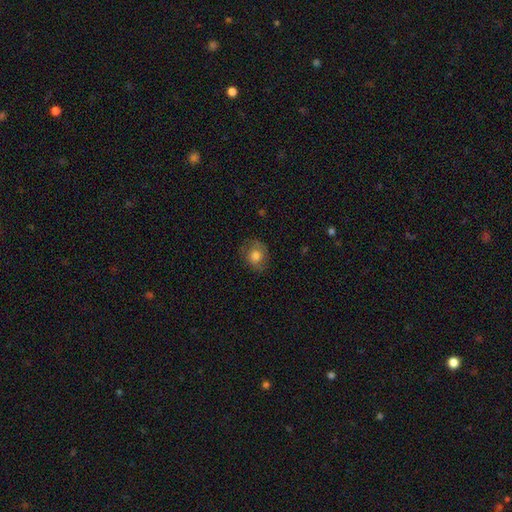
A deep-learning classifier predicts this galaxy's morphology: Overall: smooth (71%). How rounded: round (64%; in between 35%). Merging: none (73%).